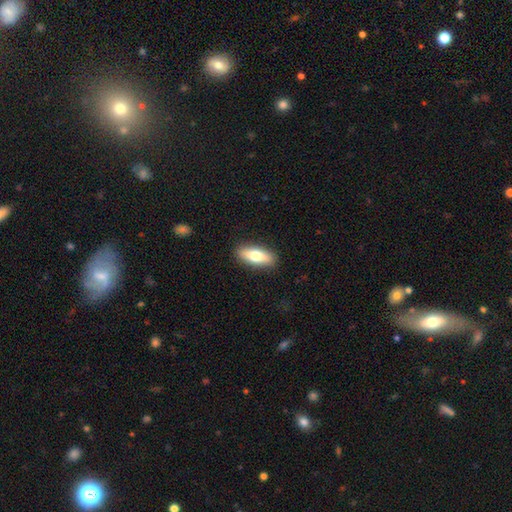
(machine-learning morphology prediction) Q: Smooth or featured?
A: smooth (71%); runner-up: featured or disk (23%)
Q: How rounded?
A: in between (68%); runner-up: cigar-shaped (29%)
Q: Merging?
A: none (89%); runner-up: minor disturbance (8%)